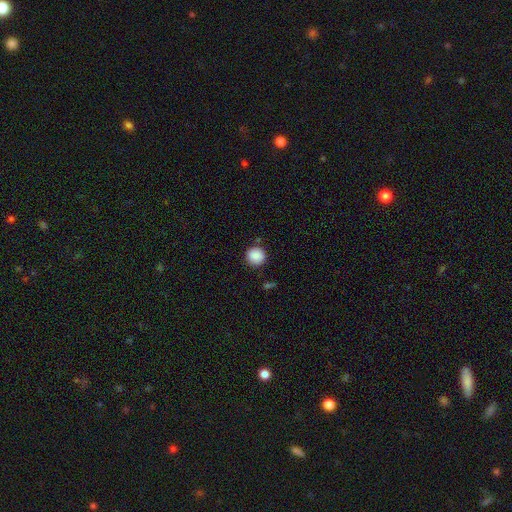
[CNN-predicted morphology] Smooth or featured: smooth — 88% (star or artifact — 8%)
How rounded: round — 94% (in between — 5%)
Merging: none — 87% (minor disturbance — 8%)